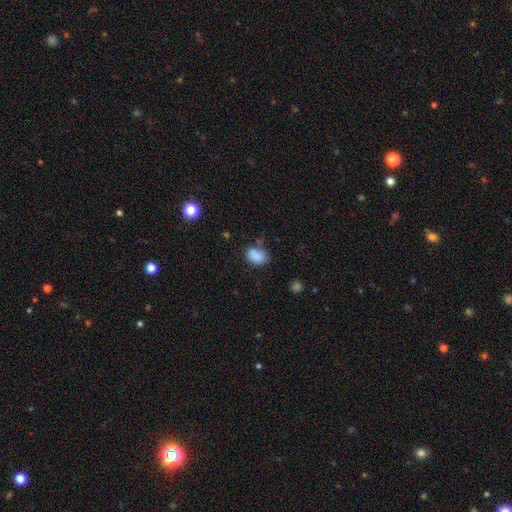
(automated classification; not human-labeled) smooth 84%, star or artifact 10%, featured or disk 6%. Down the decision tree: how rounded — in between (81%); merging — none (59%).